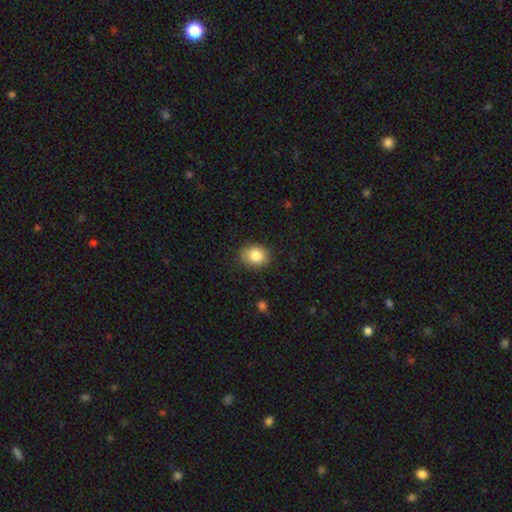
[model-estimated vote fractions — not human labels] A smooth galaxy with no disk features (84%) that is in between round and cigar-shaped (50%, tied with round).

Vote fractions:
- Smooth or featured? smooth: 84% / star or artifact: 8% / featured or disk: 7%
- How rounded? in between: 50% (tied) / round: 50% (tied) / cigar-shaped: 1%
- Merging? none: 84% / minor disturbance: 12% / major disturbance: 3% / merger: 1%